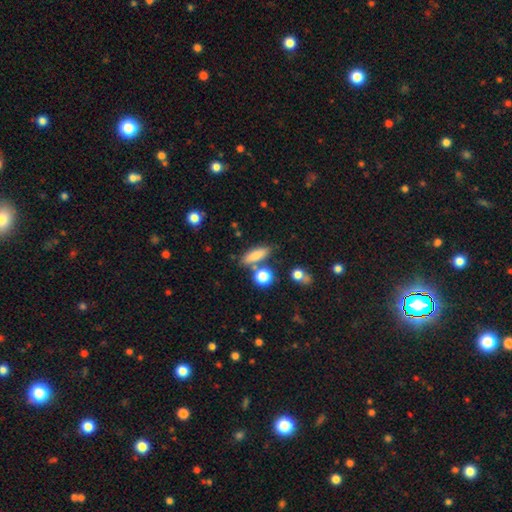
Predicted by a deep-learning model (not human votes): smooth-or-featured: smooth: 78% | featured or disk: 13% | star or artifact: 9%
  how-rounded: in between: 51% | cigar-shaped: 41% | round: 8%
  merging: none: 70% | merger: 13% | minor disturbance: 13% | major disturbance: 4%